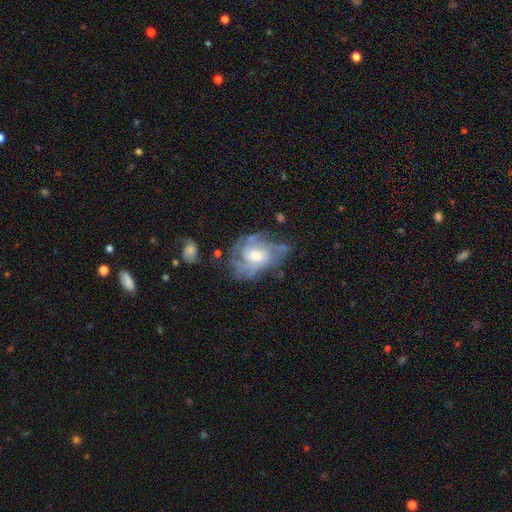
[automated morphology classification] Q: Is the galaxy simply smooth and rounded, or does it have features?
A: featured or disk — 82%.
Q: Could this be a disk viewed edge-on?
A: no — 97%.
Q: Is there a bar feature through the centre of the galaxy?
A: no — 68%.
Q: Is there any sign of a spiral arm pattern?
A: yes — 91%.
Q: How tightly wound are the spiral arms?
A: tight — 56%.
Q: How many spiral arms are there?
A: can't tell — 38%.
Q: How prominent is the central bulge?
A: moderate — 65%.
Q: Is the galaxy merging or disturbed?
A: none — 58%.